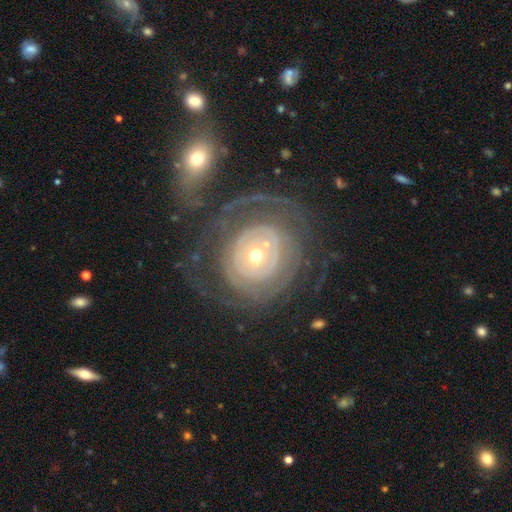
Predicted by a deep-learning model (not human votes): This is likely a featured or disk galaxy (76%). It is clearly not viewed edge-on (96%). Bar: clearly no (84%). Spiral arm pattern: likely yes (68%). Spiral arm count: possibly can't tell (50%). Spiral winding: likely tight (77%). Central bulge: possibly small (51%). Merging: possibly none (60%).